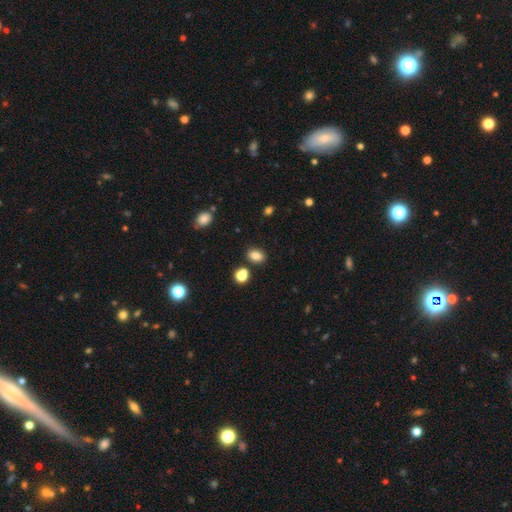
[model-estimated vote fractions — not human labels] Smooth or featured? Predicted: smooth (p=0.83). How rounded? Predicted: in between (p=0.75). Merging? Predicted: none (p=0.80).